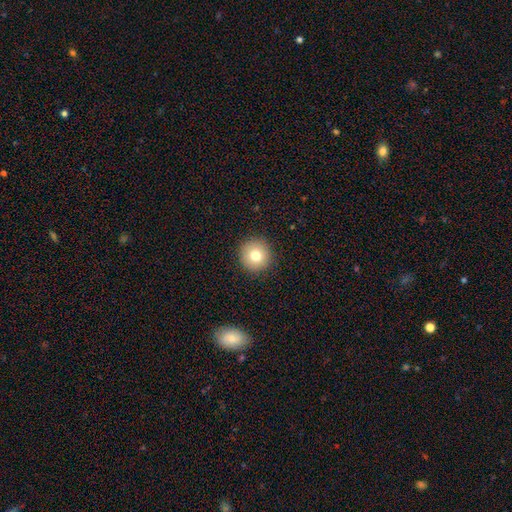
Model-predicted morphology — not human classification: Smooth or featured? smooth (76%)
How rounded? round (95%)
Merging? none (91%)